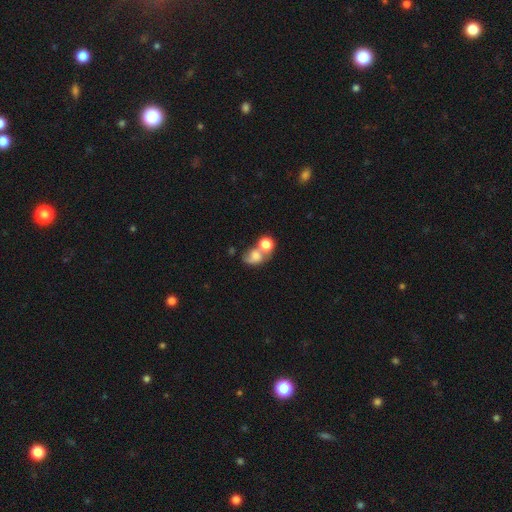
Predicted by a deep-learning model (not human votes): Smooth or featured? Predicted: smooth (p=0.64). How rounded? Predicted: round (p=0.52). Merging? Predicted: merger (p=0.63).